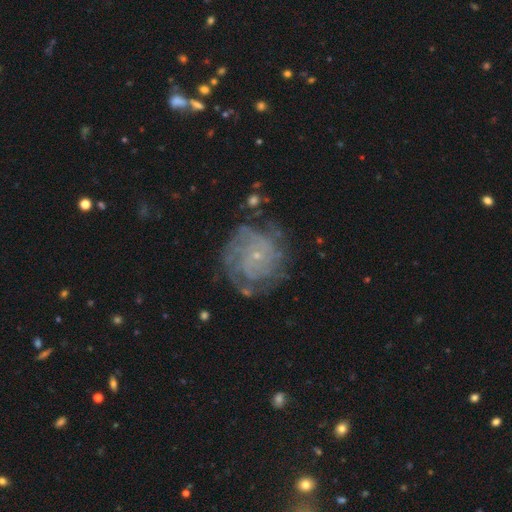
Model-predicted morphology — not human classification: Smooth or featured? featured or disk (80%)
Edge-on disk? no (98%)
Bar? no (79%)
Spiral arms? yes (93%)
Spiral winding? tight (69%)
Spiral arm count? can't tell (37%)
Bulge size? small (87%)
Merging? none (70%)